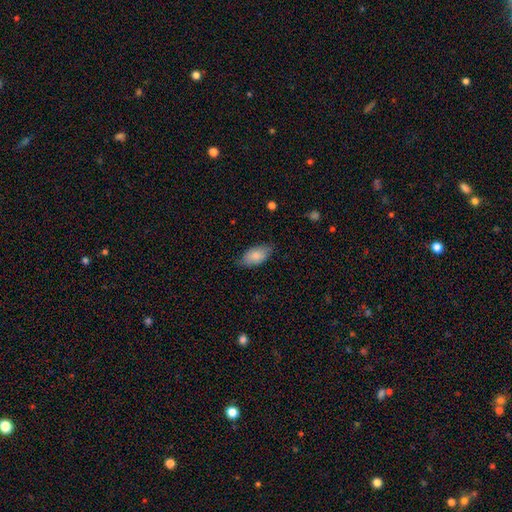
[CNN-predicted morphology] The model was most divided on "merging": none: 76%, minor disturbance: 19%, major disturbance: 3%, merger: 1%. More confident: how rounded — in between (93%); smooth or featured — smooth (84%).